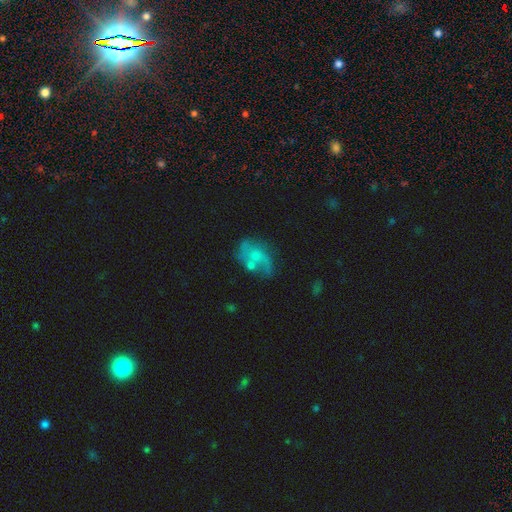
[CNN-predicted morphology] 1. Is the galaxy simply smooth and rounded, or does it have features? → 60% featured or disk, 29% smooth, 11% star or artifact.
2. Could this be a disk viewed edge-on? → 97% no, 3% yes.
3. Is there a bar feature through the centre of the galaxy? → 74% no, 23% weak, 4% strong.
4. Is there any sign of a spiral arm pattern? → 67% yes, 33% no.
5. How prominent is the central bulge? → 49% small, 29% moderate, 18% none, 3% large, 1% dominant.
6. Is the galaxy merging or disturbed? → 40% none, 22% minor disturbance, 20% major disturbance, 17% merger.